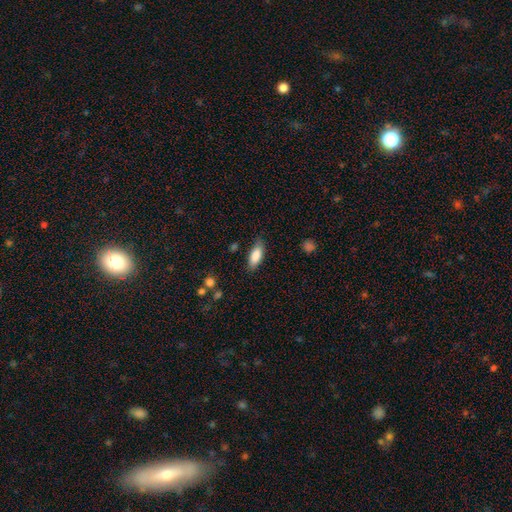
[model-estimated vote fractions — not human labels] The model was most divided on "how rounded": in between: 77%, cigar-shaped: 21%, round: 2%. More confident: smooth or featured — smooth (85%); merging — none (80%).